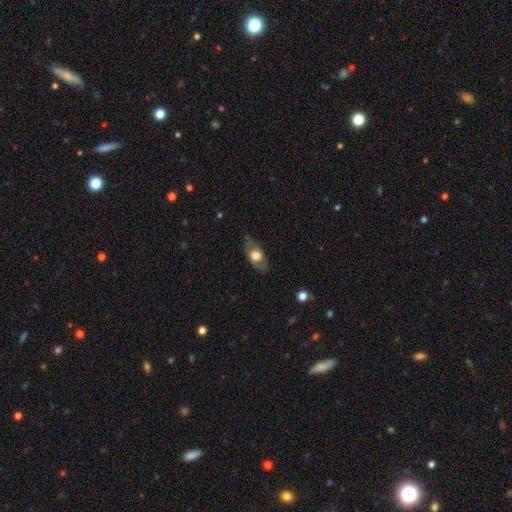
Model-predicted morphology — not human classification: type=featured or disk (48%); merging=none (73%).